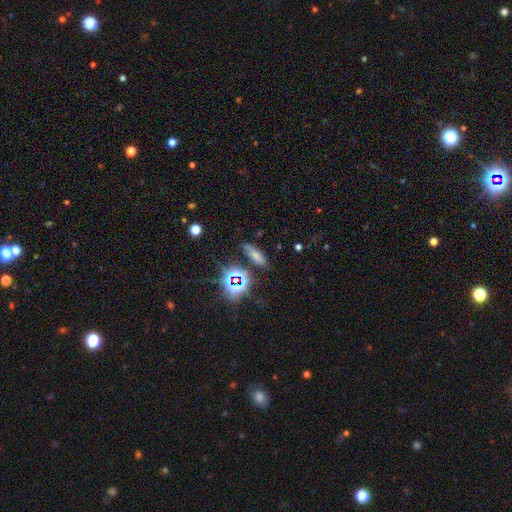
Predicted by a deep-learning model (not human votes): Smooth or featured? Predicted: smooth (p=0.59). How rounded? Predicted: in between (p=0.53). Merging? Predicted: none (p=0.71).